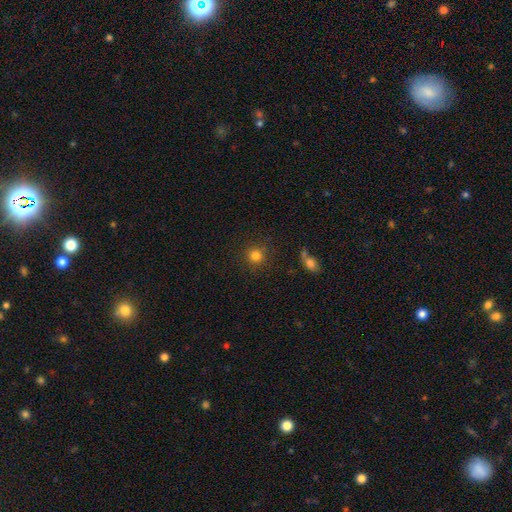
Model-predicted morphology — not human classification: Overall: smooth (81%). How rounded: round (93%). Merging: none (85%).